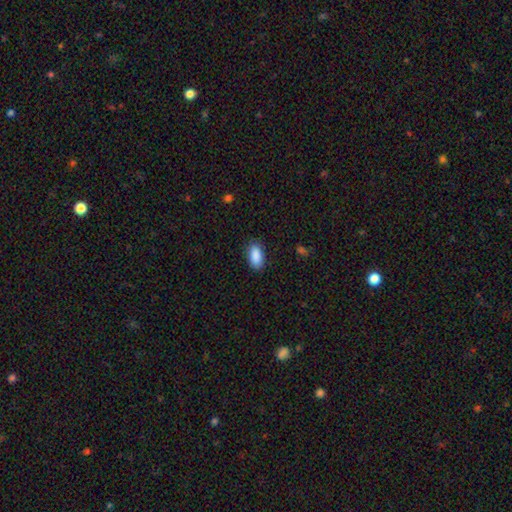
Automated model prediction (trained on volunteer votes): smooth-or-featured: smooth: 90% | star or artifact: 6% | featured or disk: 3%
  how-rounded: in between: 93% | cigar-shaped: 4% | round: 3%
  merging: none: 86% | minor disturbance: 11% | major disturbance: 2% | merger: 1%